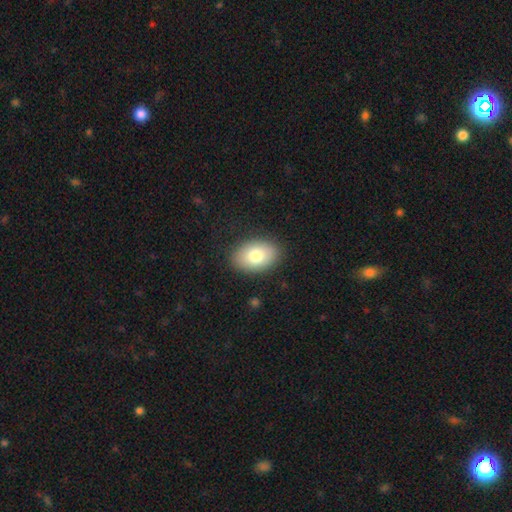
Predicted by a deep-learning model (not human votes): Smooth or featured: smooth — 80% (featured or disk — 13%)
How rounded: in between — 85% (round — 14%)
Merging: none — 87% (minor disturbance — 9%)